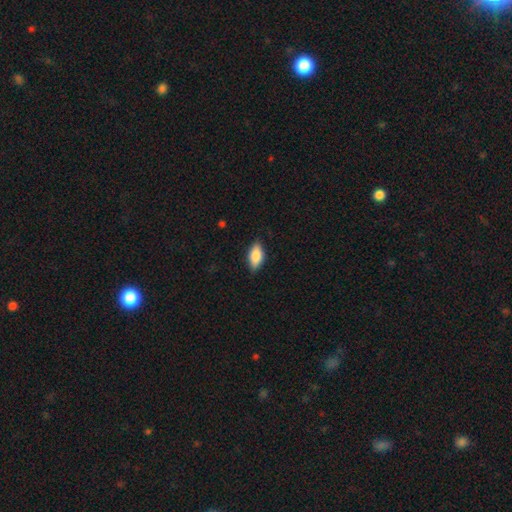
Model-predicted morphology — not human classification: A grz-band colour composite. It shows a smooth galaxy with no disk features (79%) that is in between round and cigar-shaped (88%). Merging: none (82%).